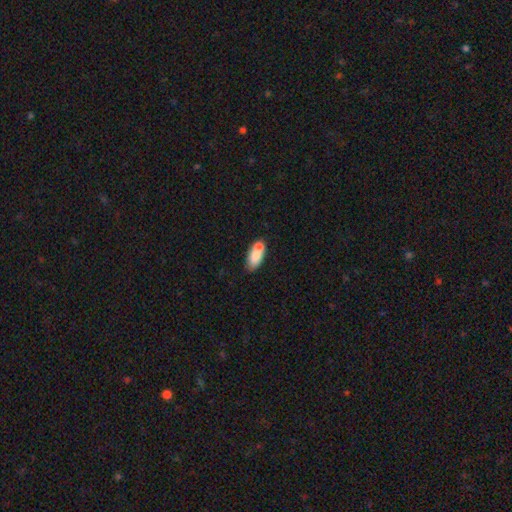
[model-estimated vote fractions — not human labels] Morphology: type=smooth (77%); roundness=in between (84%); merging=none (49%).